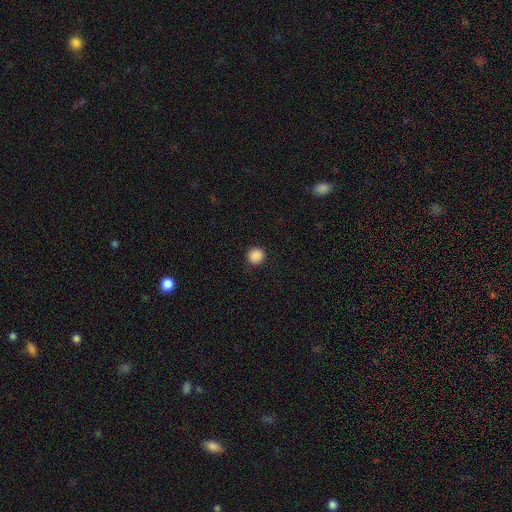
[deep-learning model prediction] Smooth or featured?
  - smooth: 88% *
  - star or artifact: 9%
  - featured or disk: 2%
How rounded?
  - round: 94% *
  - in between: 5%
  - cigar-shaped: 1%
Merging?
  - none: 92% *
  - minor disturbance: 5%
  - major disturbance: 2%
  - merger: 1%